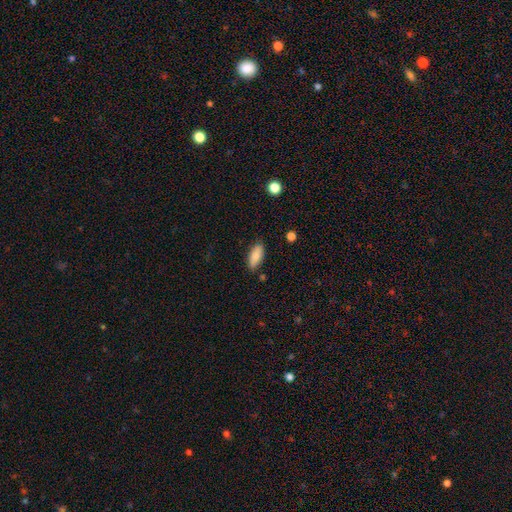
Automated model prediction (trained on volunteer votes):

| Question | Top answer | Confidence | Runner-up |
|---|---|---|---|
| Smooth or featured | smooth | 82% | featured or disk (11%) |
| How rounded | in between | 82% | cigar-shaped (16%) |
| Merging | none | 84% | minor disturbance (12%) |